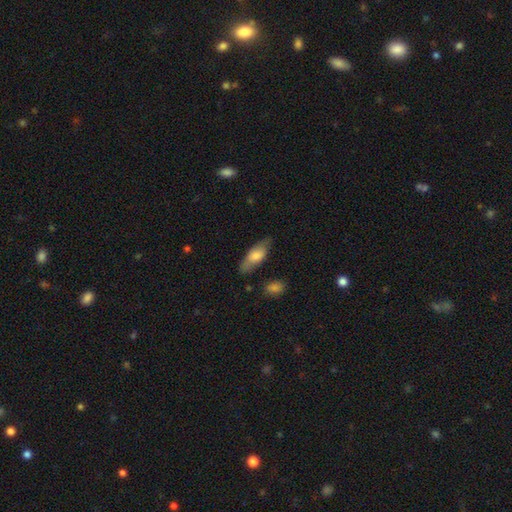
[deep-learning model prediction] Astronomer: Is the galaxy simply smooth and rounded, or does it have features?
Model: smooth — 68%.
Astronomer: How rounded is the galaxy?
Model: in between — 69%.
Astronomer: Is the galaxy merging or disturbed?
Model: none — 75%.